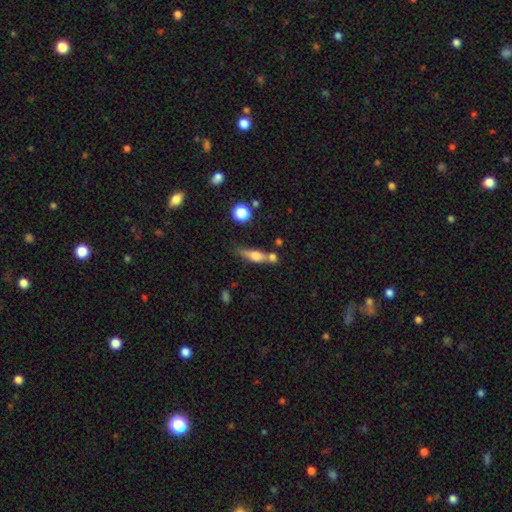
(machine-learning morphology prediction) smooth_or_featured: smooth (p=0.56) [alt: featured or disk p=0.34]
how_rounded: cigar-shaped (p=0.55) [alt: in between p=0.37]
merging: none (p=0.47) [alt: merger p=0.28]